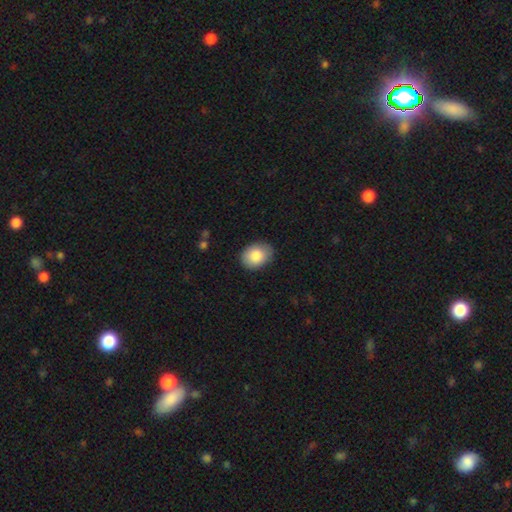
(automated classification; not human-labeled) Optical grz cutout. It shows a smooth galaxy with no disk features (86%) that is in between round and cigar-shaped (68%). Merging: none (83%).